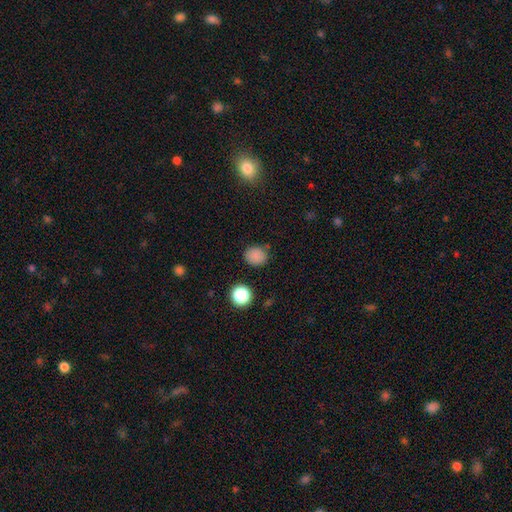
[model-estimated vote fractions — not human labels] The model was most divided on "how rounded": round: 73%, in between: 26%, cigar-shaped: 1%. More confident: smooth or featured — smooth (83%); merging — none (80%).